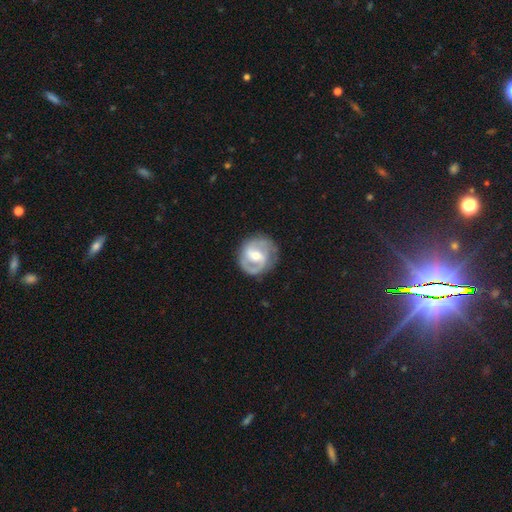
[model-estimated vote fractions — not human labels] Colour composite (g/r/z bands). It shows a featured or disk galaxy (82%) with a weak bar (49%), 2 (84%) medium (47%) spiral arms (92%) and a moderate central bulge (64%). Merging: none (81%).